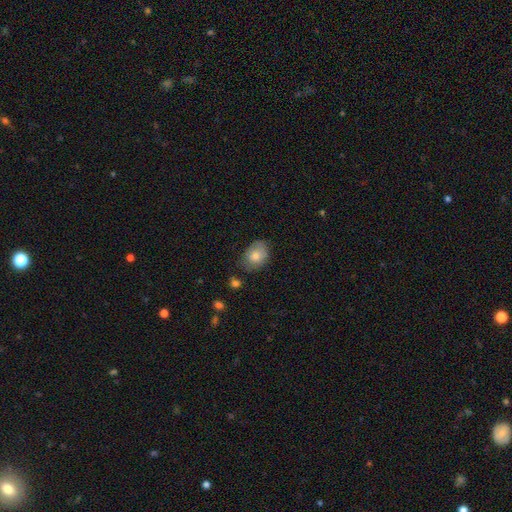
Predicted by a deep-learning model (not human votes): A smooth galaxy with no disk features (76%) that is in between round and cigar-shaped (66%).

Vote fractions:
- Smooth or featured? smooth: 76% / featured or disk: 16% / star or artifact: 8%
- How rounded? in between: 66% / round: 33% / cigar-shaped: 1%
- Merging? none: 68% / minor disturbance: 24% / major disturbance: 5% / merger: 2%